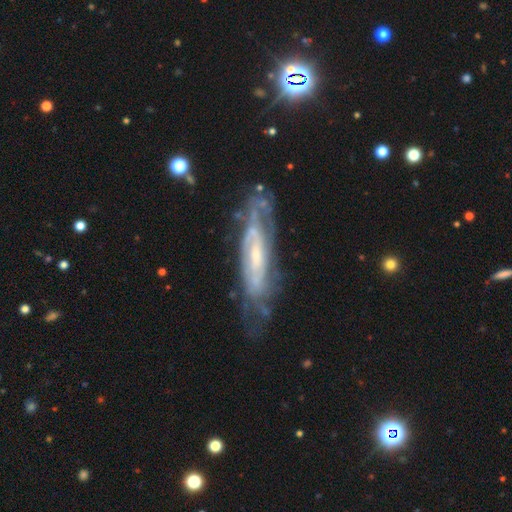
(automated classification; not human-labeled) smooth-or-featured: featured or disk: 78% | smooth: 15% | star or artifact: 7%
  disk-edge-on: no: 70% | yes: 30%
    bar: no: 51% | weak: 33% | strong: 16%
    has-spiral-arms: yes: 81% | no: 19%
    bulge-size: small: 63% | moderate: 28% | none: 5% | large: 3% | dominant: 1%
  merging: none: 66% | minor disturbance: 21% | major disturbance: 11% | merger: 2%